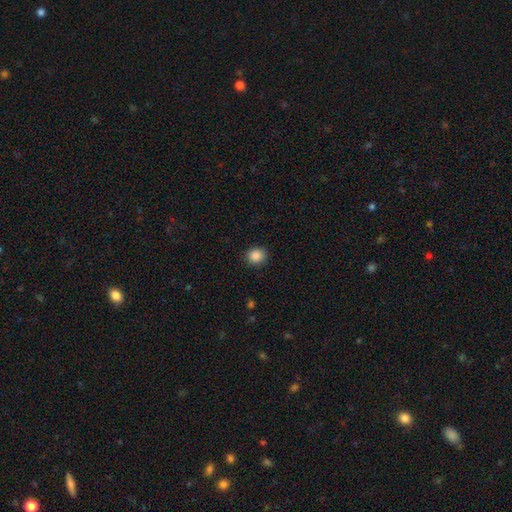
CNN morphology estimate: smooth-or-featured: smooth: 87% | star or artifact: 9% | featured or disk: 3%
  how-rounded: round: 82% | in between: 17% | cigar-shaped: 1%
  merging: none: 89% | minor disturbance: 8% | major disturbance: 2% | merger: 1%